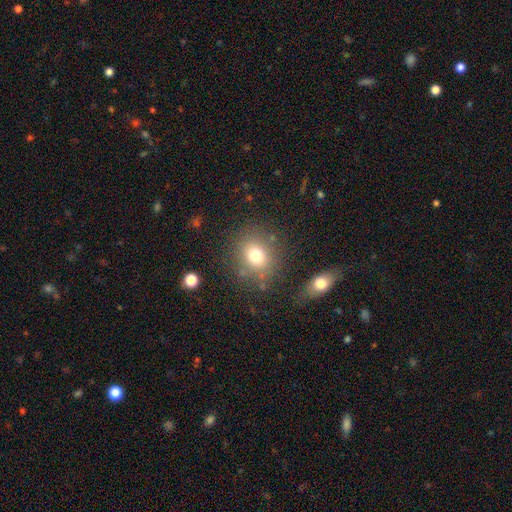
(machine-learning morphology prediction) smooth 74%, star or artifact 14%, featured or disk 11%. Down the decision tree: how rounded — round (74%); merging — none (78%).